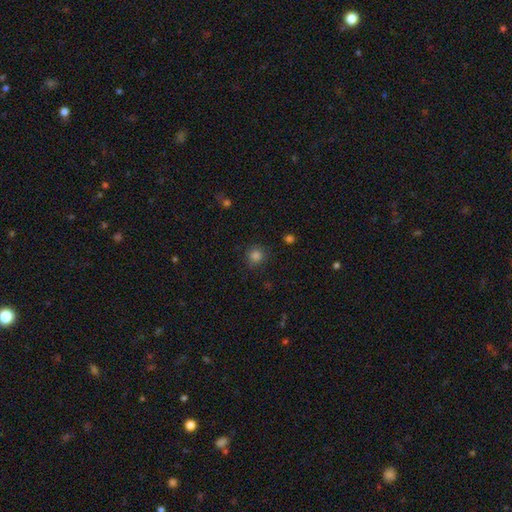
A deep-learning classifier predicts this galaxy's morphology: Q: Smooth or featured?
A: smooth (83%); runner-up: star or artifact (13%)
Q: How rounded?
A: round (91%); runner-up: in between (8%)
Q: Merging?
A: none (85%); runner-up: minor disturbance (11%)